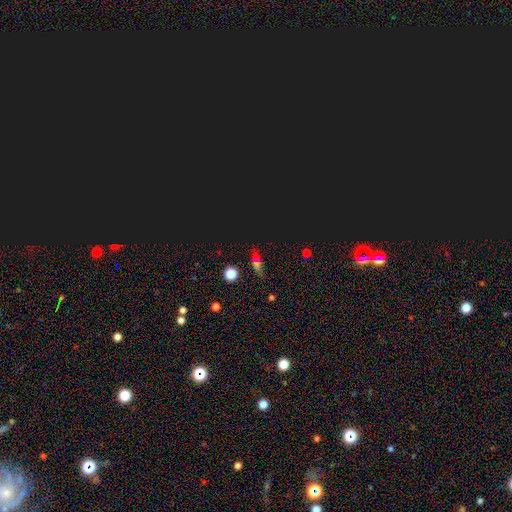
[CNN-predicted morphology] Smooth or featured?
  - smooth: 43% *
  - star or artifact: 41%
  - featured or disk: 16%
Merging?
  - none: 78% *
  - minor disturbance: 14%
  - major disturbance: 5%
  - merger: 3%